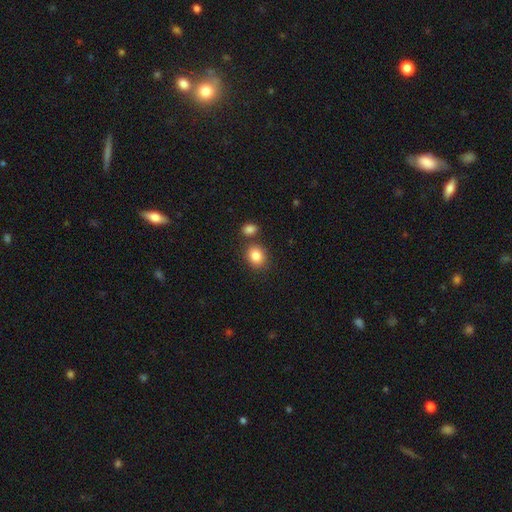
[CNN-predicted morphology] Smooth or featured? Predicted: smooth (p=0.85). How rounded? Predicted: round (p=0.57). Merging? Predicted: none (p=0.73).